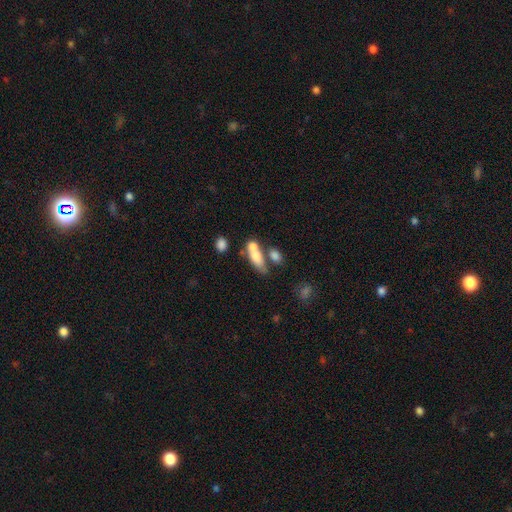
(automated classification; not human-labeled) Smooth or featured? Predicted: smooth (p=0.67). How rounded? Predicted: in between (p=0.68). Merging? Predicted: merger (p=0.45).